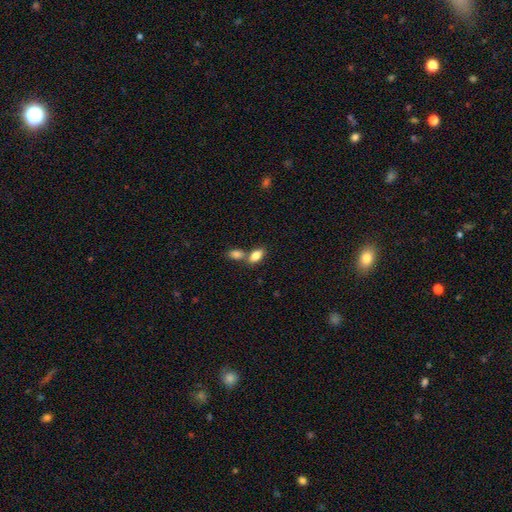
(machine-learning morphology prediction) type=smooth (84%); roundness=in between (90%); merging=none (44%).